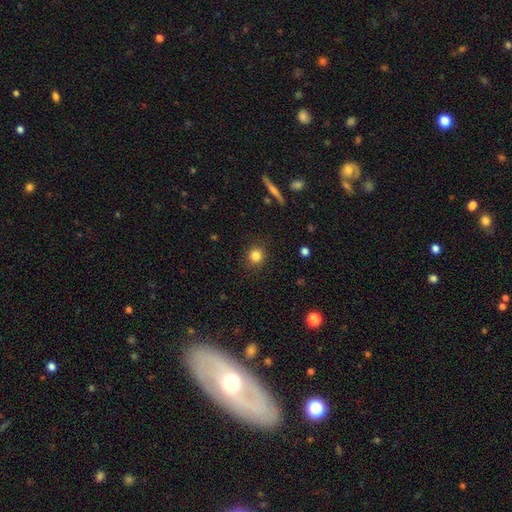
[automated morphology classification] Smooth or featured: smooth — 83% (star or artifact — 11%)
How rounded: round — 91% (in between — 8%)
Merging: none — 89% (minor disturbance — 7%)